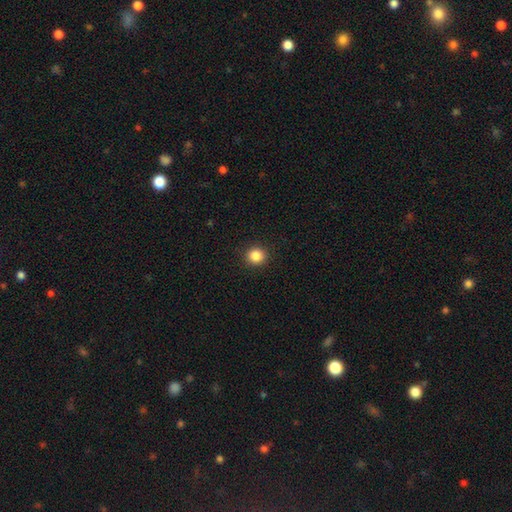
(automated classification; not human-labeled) A smooth galaxy with no disk features (86%) that is round (91%).

Vote fractions:
- Smooth or featured? smooth: 86% / star or artifact: 11% / featured or disk: 4%
- How rounded? round: 91% / in between: 8% / cigar-shaped: 1%
- Merging? none: 92% / minor disturbance: 5% / major disturbance: 2% / merger: 1%